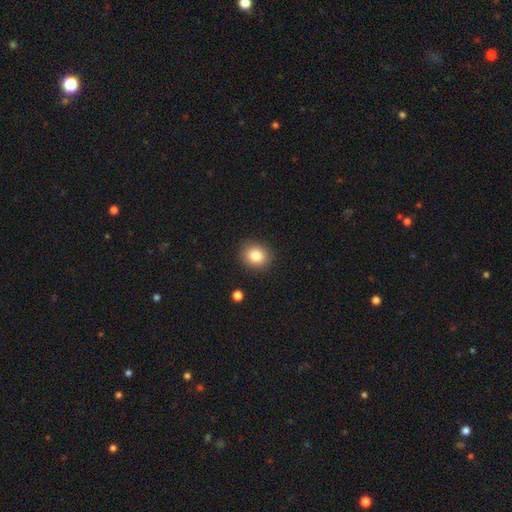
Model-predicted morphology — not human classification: Smooth or featured?
  - smooth: 83% *
  - star or artifact: 10%
  - featured or disk: 7%
How rounded?
  - round: 78% *
  - in between: 21%
  - cigar-shaped: 1%
Merging?
  - none: 90% *
  - minor disturbance: 7%
  - major disturbance: 2%
  - merger: 1%